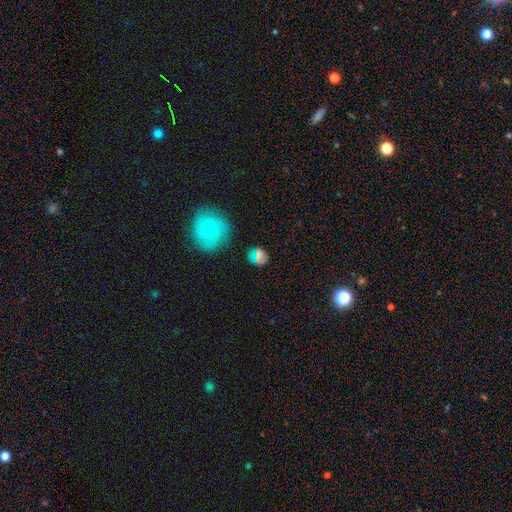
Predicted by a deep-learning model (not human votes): smooth 60%, featured or disk 26%, star or artifact 14%. Down the decision tree: how rounded — round (60%); merging — none (73%).